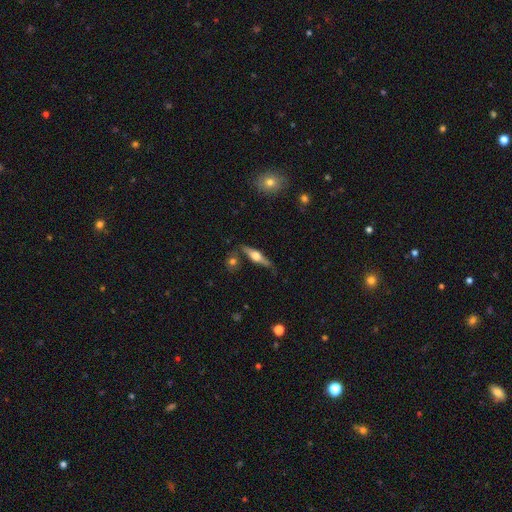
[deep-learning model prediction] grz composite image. It shows a featured or disk galaxy (64%) viewed edge-on (94%) with a rounded central bulge (92%). Merging: none (71%).